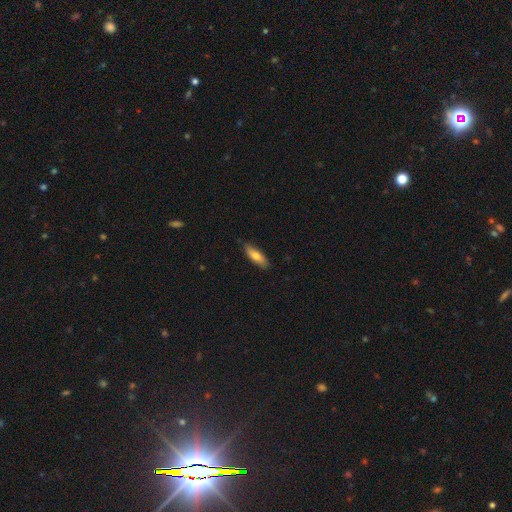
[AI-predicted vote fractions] Smooth or featured? Predicted: smooth (p=0.72). How rounded? Predicted: in between (p=0.49). Merging? Predicted: none (p=0.84).